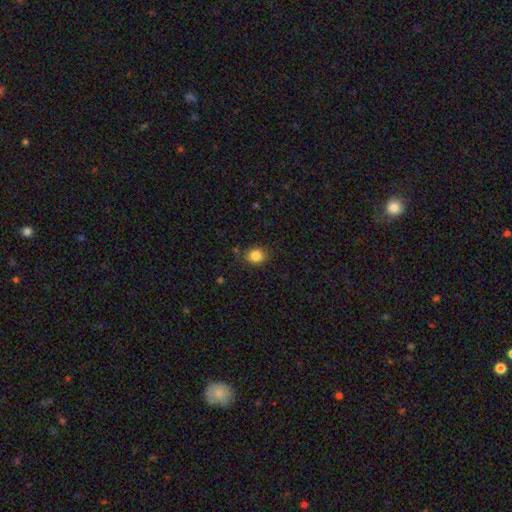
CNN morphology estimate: Q: Smooth or featured?
A: smooth (84%); runner-up: star or artifact (10%)
Q: How rounded?
A: round (71%); runner-up: in between (28%)
Q: Merging?
A: none (82%); runner-up: minor disturbance (13%)